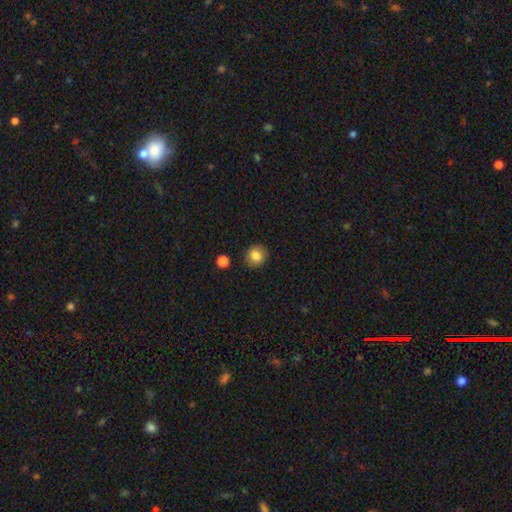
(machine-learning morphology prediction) smooth-or-featured: smooth: 84% | star or artifact: 10% | featured or disk: 7%
  how-rounded: round: 81% | in between: 18% | cigar-shaped: 1%
  merging: none: 89% | minor disturbance: 7% | major disturbance: 2% | merger: 2%